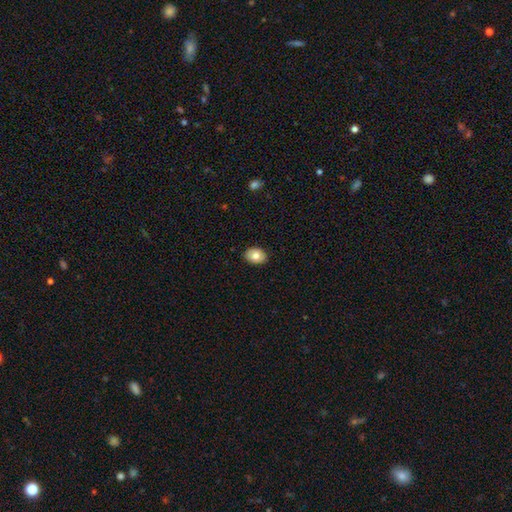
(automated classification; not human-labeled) Smooth or featured: smooth — 81% (featured or disk — 12%)
How rounded: in between — 75% (round — 24%)
Merging: none — 89% (minor disturbance — 9%)